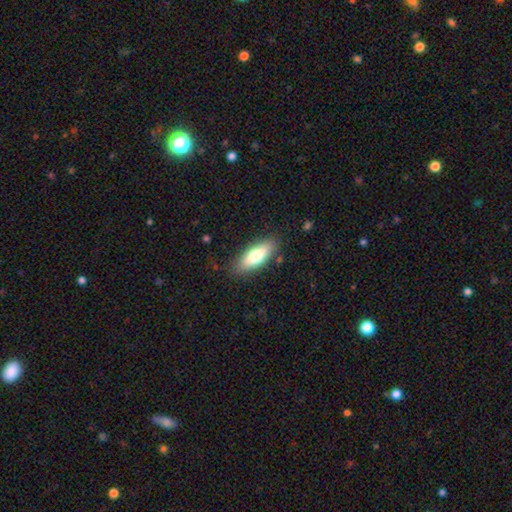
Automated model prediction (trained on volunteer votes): Smooth or featured? Predicted: smooth (p=0.68). How rounded? Predicted: in between (p=0.70). Merging? Predicted: none (p=0.84).